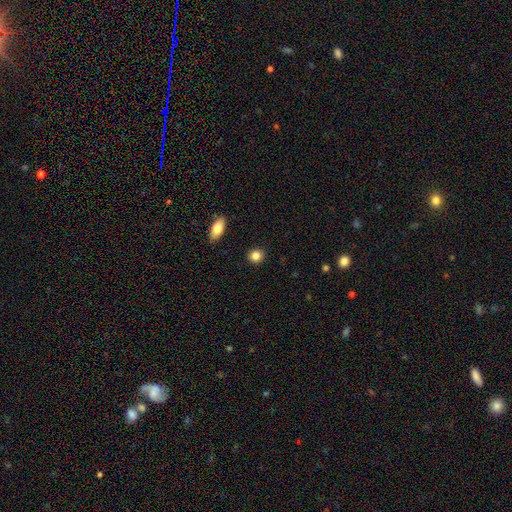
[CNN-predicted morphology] The model was most divided on "how rounded": round: 84%, in between: 15%, cigar-shaped: 1%. More confident: merging — none (91%); smooth or featured — smooth (85%).